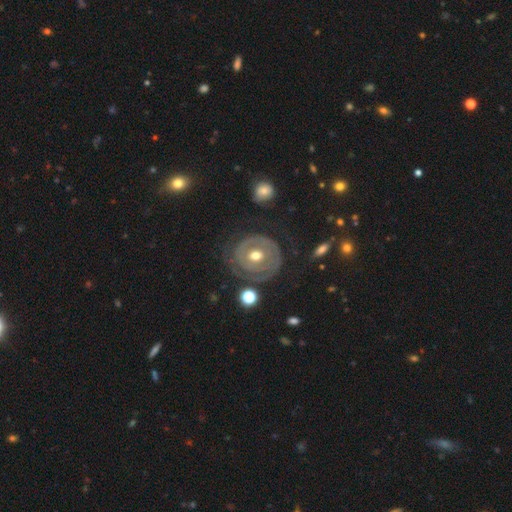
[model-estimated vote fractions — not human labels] Overall: featured or disk (73%). Edge-on disk: no (96%). Bar: no (69%). Spiral arms: yes (62%; no 38%). Bulge size: moderate (73%). Merging: none (66%).